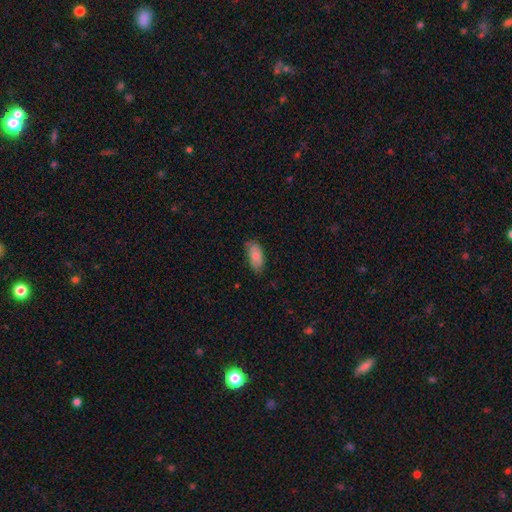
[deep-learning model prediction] smooth 81%, featured or disk 12%, star or artifact 6%. Down the decision tree: how rounded — in between (91%); merging — none (70%).